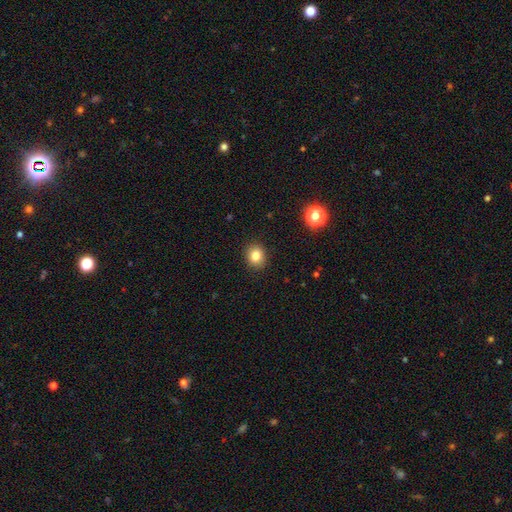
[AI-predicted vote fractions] Morphology: type=smooth (82%); roundness=round (71%); merging=none (90%).